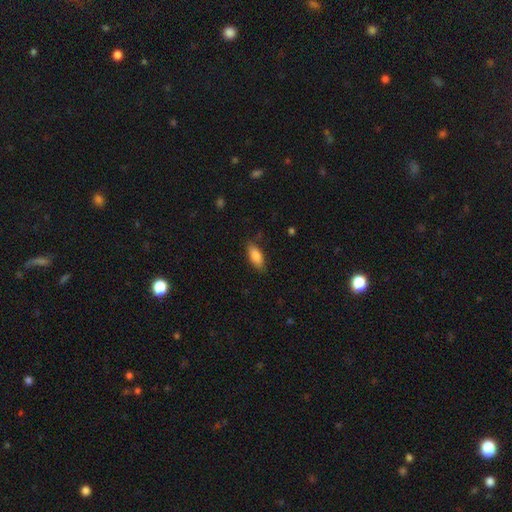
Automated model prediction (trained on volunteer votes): smooth_or_featured: smooth (p=0.85) [alt: featured or disk p=0.09]
how_rounded: in between (p=0.82) [alt: cigar-shaped p=0.16]
merging: none (p=0.82) [alt: minor disturbance p=0.14]